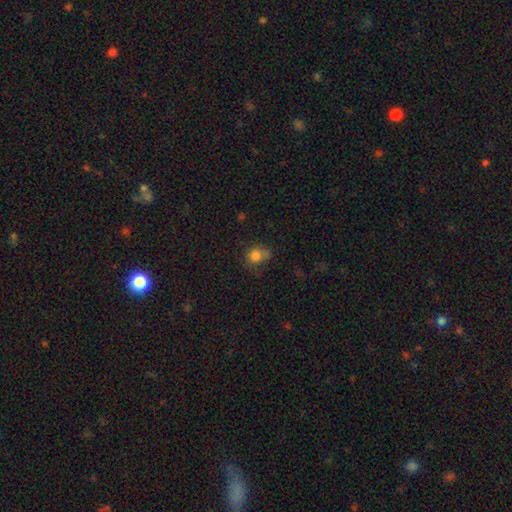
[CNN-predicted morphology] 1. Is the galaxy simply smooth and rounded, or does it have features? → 79% smooth, 12% star or artifact, 8% featured or disk.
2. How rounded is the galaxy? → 77% round, 22% in between, 1% cigar-shaped.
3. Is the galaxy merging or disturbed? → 55% none, 24% minor disturbance, 13% merger, 9% major disturbance.